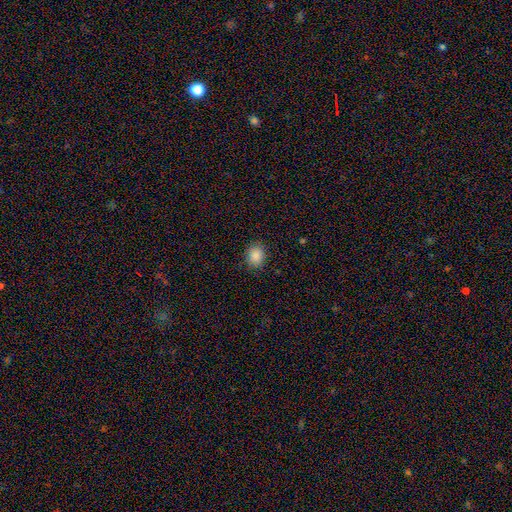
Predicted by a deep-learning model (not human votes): smooth 87%, star or artifact 9%, featured or disk 4%. Down the decision tree: how rounded — round (58%); merging — none (86%).